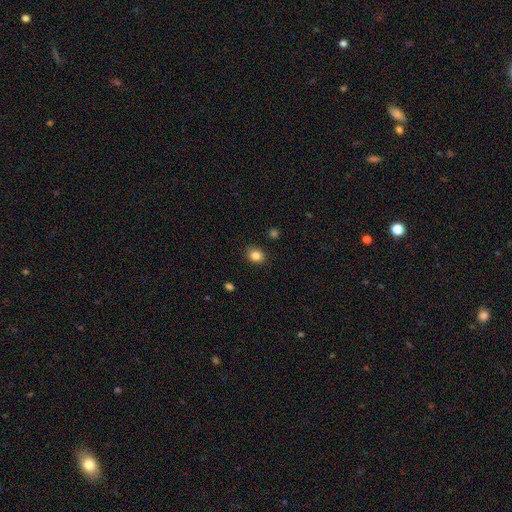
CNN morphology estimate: smooth-or-featured: smooth: 84% | star or artifact: 11% | featured or disk: 5%
  how-rounded: round: 57% | in between: 42% | cigar-shaped: 1%
  merging: none: 87% | minor disturbance: 9% | major disturbance: 2% | merger: 1%